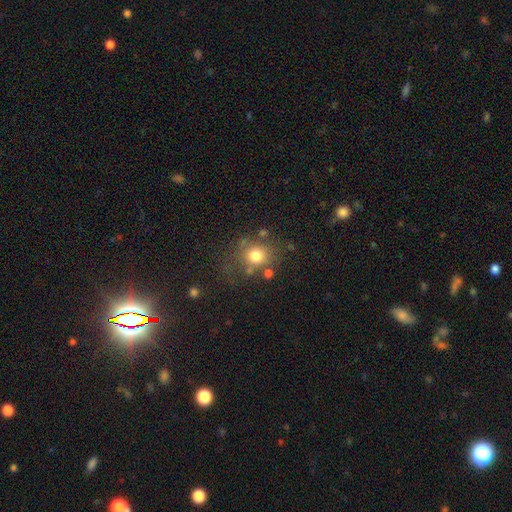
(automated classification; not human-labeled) Overall: smooth (74%). How rounded: round (76%). Merging: none (65%).